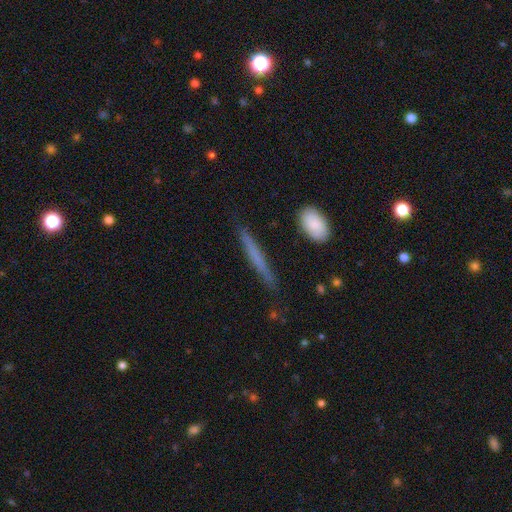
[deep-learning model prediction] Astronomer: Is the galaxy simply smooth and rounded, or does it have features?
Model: smooth — 57% (runner-up: featured or disk, 36%).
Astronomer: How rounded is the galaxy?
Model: cigar-shaped — 93%.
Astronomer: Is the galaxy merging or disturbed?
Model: none — 84%.